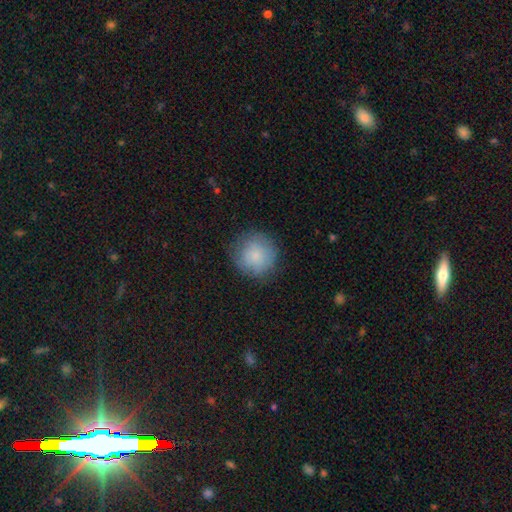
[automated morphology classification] smooth 82%, featured or disk 11%, star or artifact 8%. Down the decision tree: how rounded — round (94%); merging — none (81%).